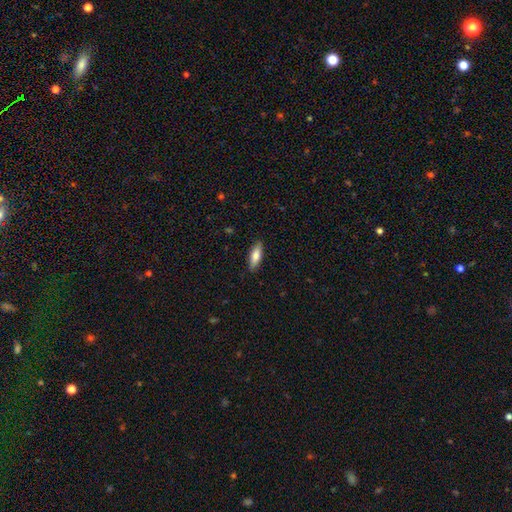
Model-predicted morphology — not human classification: Q: Smooth or featured?
A: smooth (77%); runner-up: featured or disk (17%)
Q: How rounded?
A: in between (62%); runner-up: cigar-shaped (36%)
Q: Merging?
A: none (87%); runner-up: minor disturbance (10%)